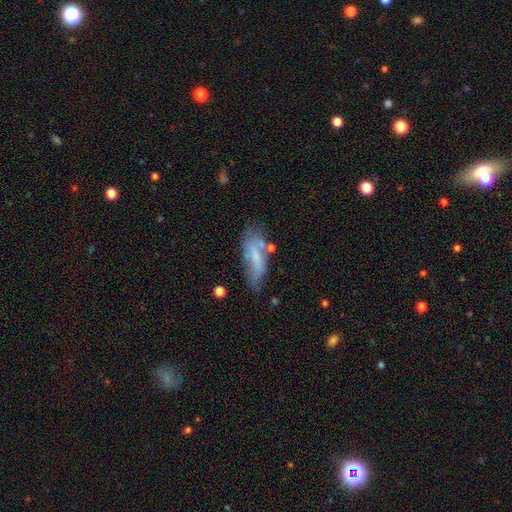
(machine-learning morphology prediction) A smooth galaxy with no disk features (51%) that is in between round and cigar-shaped (61%).

Vote fractions:
- Smooth or featured? smooth: 51% / featured or disk: 41% / star or artifact: 9%
- How rounded? in between: 61% / cigar-shaped: 37% / round: 2%
- Merging? none: 46% / minor disturbance: 30% / major disturbance: 15% / merger: 9%